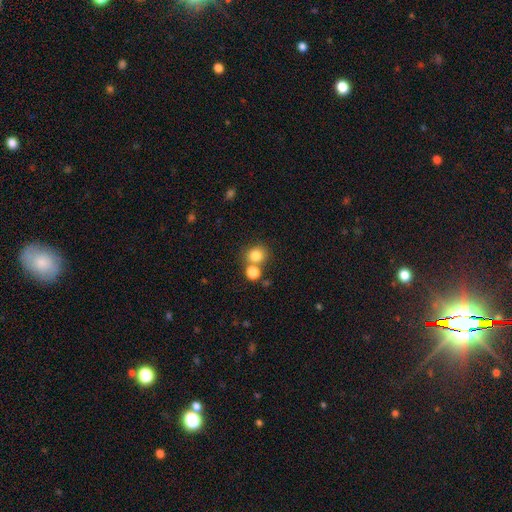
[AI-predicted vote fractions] Smooth or featured: smooth — 81% (star or artifact — 12%)
How rounded: round — 82% (in between — 17%)
Merging: none — 62% (merger — 26%)